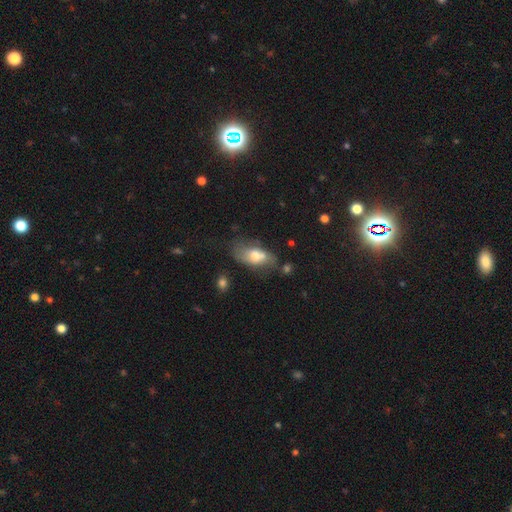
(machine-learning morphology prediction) A smooth galaxy with no disk features (63%) that is in between round and cigar-shaped (89%).

Vote fractions:
- Smooth or featured? smooth: 63% / featured or disk: 28% / star or artifact: 8%
- How rounded? in between: 89% / round: 7% / cigar-shaped: 5%
- Merging? none: 46% / minor disturbance: 28% / major disturbance: 14% / merger: 12%